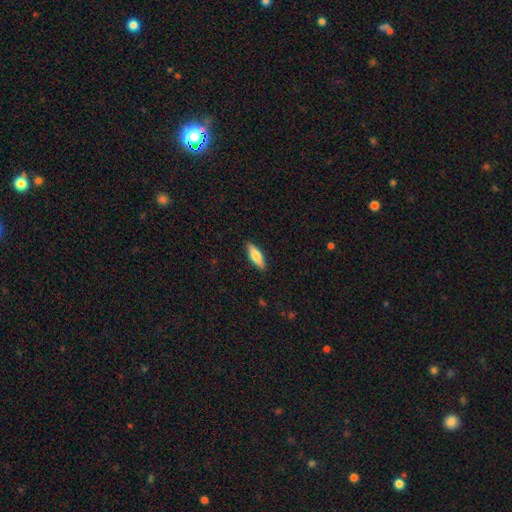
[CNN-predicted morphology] smooth 72%, featured or disk 22%, star or artifact 6%. Down the decision tree: how rounded — in between (52%); merging — none (88%).